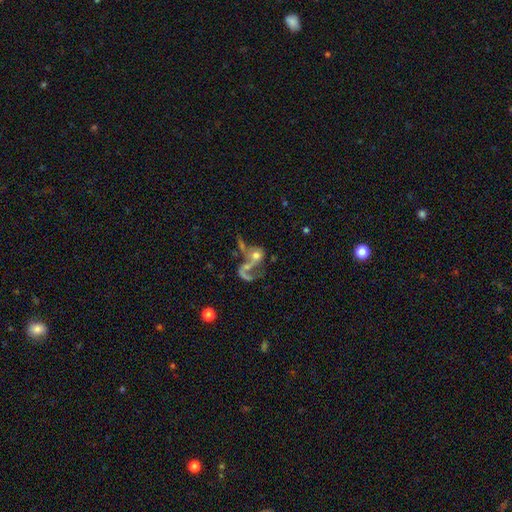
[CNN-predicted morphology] Q: Smooth or featured?
A: featured or disk (57%); runner-up: smooth (30%)
Q: Edge-on disk?
A: no (96%); runner-up: yes (4%)
Q: Bar?
A: no (76%); runner-up: weak (18%)
Q: Spiral arms?
A: yes (52%); runner-up: no (48%)
Q: Bulge size?
A: moderate (41%); runner-up: small (26%)
Q: Merging?
A: merger (48%); runner-up: major disturbance (28%)